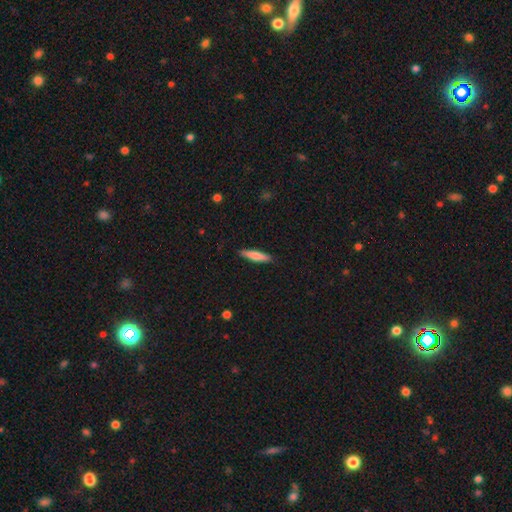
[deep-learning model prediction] Overall: smooth (75%). How rounded: cigar-shaped (85%). Merging: none (90%).